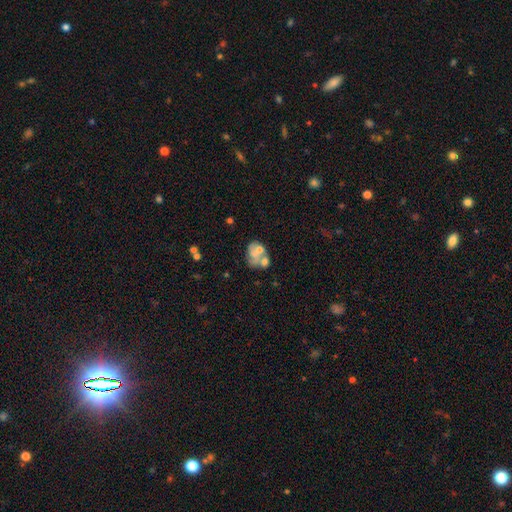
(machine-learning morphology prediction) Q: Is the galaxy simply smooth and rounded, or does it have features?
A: featured or disk — 50%.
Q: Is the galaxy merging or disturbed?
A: merger — 40%.